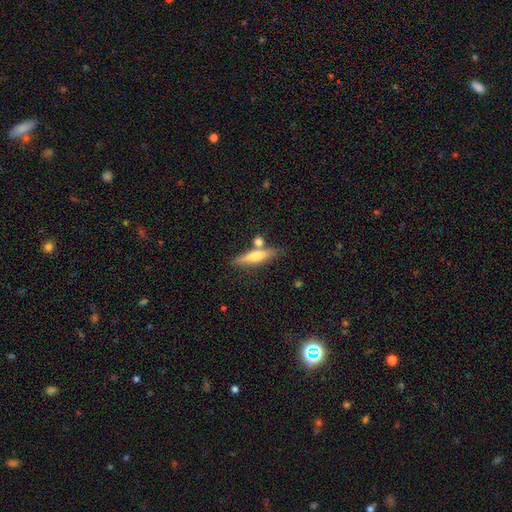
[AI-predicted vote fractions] smooth_or_featured: smooth (p=0.63) [alt: featured or disk p=0.31]
how_rounded: cigar-shaped (p=0.79) [alt: in between p=0.19]
merging: none (p=0.65) [alt: merger p=0.17]